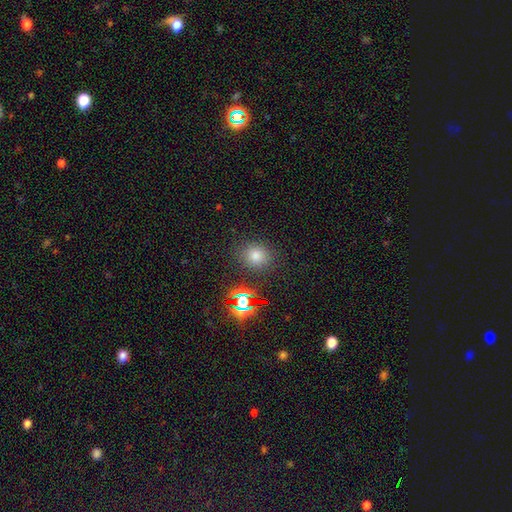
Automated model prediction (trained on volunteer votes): Smooth or featured? Predicted: smooth (p=0.68). How rounded? Predicted: round (p=0.80). Merging? Predicted: none (p=0.86).